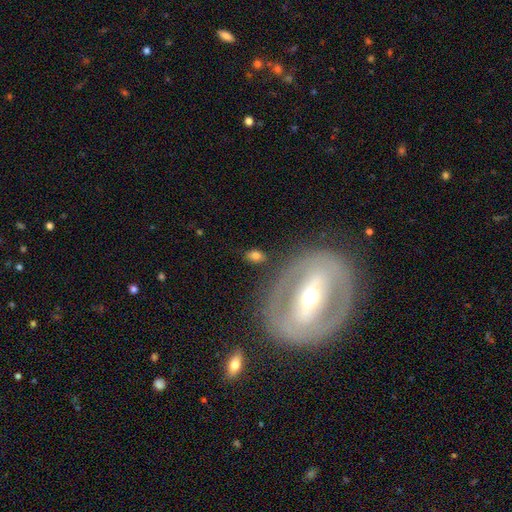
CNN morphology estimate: The model was most divided on "smooth or featured": smooth: 68%, featured or disk: 22%, star or artifact: 10%. More confident: how rounded — in between (82%); merging — none (77%).